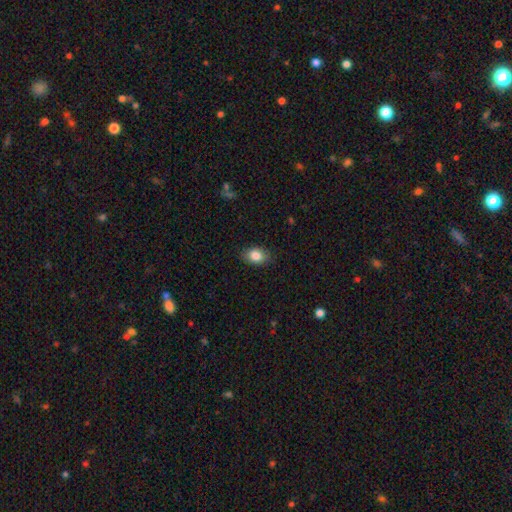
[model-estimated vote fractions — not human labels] A smooth galaxy with no disk features (84%) that is in between round and cigar-shaped (80%). Merging: none (86%).